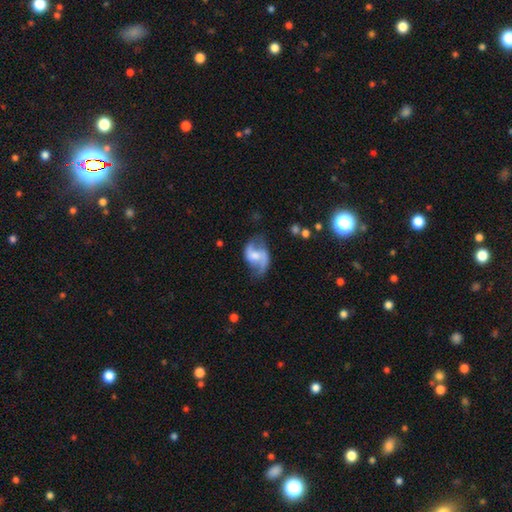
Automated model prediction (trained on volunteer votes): Q: Smooth or featured?
A: featured or disk (79%); runner-up: smooth (15%)
Q: Edge-on disk?
A: no (97%); runner-up: yes (3%)
Q: Bar?
A: no (44%); runner-up: weak (43%)
Q: Spiral arms?
A: yes (92%); runner-up: no (8%)
Q: Spiral winding?
A: loose (58%); runner-up: medium (34%)
Q: Spiral arm count?
A: 2 (88%); runner-up: can't tell (4%)
Q: Bulge size?
A: moderate (43%); runner-up: small (31%)
Q: Merging?
A: none (58%); runner-up: minor disturbance (23%)